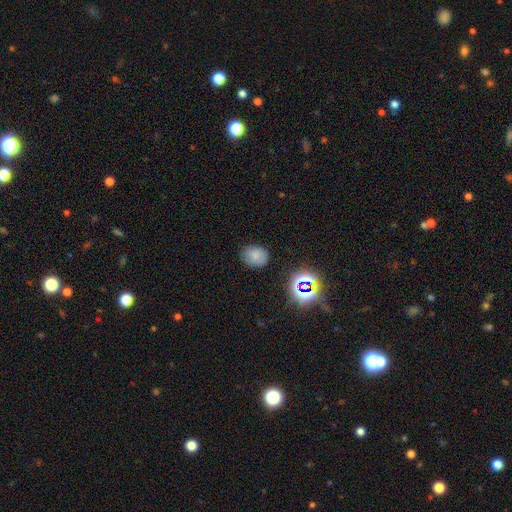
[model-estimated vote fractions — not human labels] Smooth or featured? smooth (71%)
How rounded? round (53%)
Merging? none (79%)